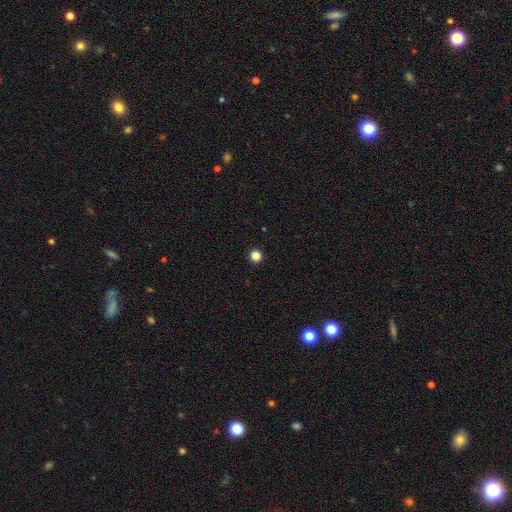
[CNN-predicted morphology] Smooth or featured? smooth (85%)
How rounded? round (94%)
Merging? none (94%)